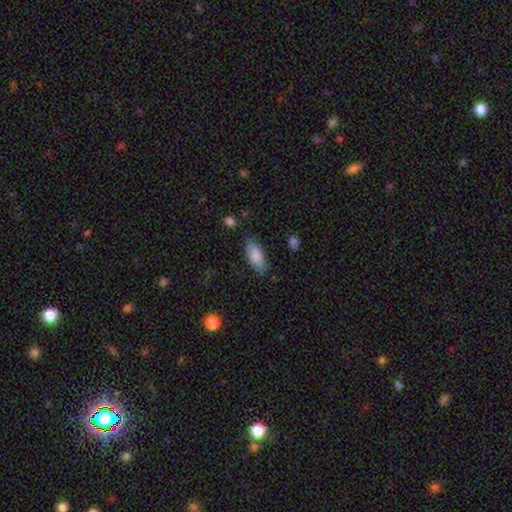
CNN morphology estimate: The model was most divided on "merging": none: 80%, minor disturbance: 15%, major disturbance: 3%, merger: 2%. More confident: smooth or featured — smooth (85%); how rounded — in between (85%).